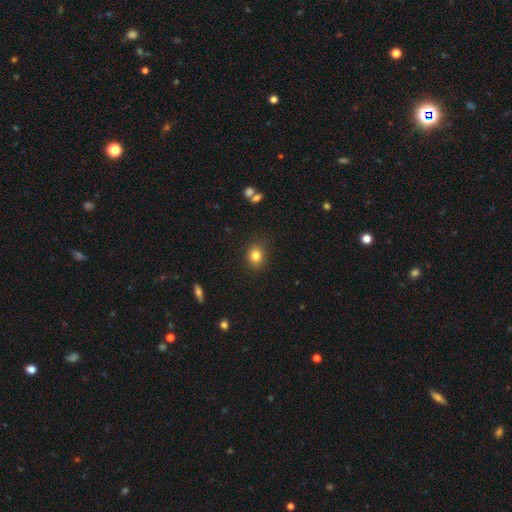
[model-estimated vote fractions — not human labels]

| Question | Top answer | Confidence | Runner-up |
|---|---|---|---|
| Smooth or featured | smooth | 82% | star or artifact (11%) |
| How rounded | round | 56% | in between (43%) |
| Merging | none | 87% | minor disturbance (9%) |